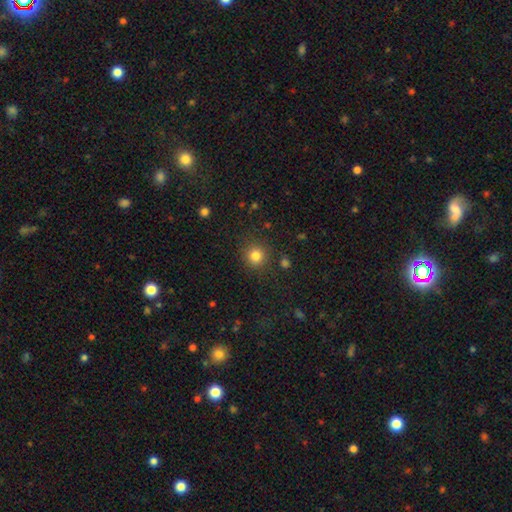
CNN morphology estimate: smooth_or_featured: smooth (p=0.82) [alt: star or artifact p=0.13]
how_rounded: round (p=0.92) [alt: in between p=0.07]
merging: none (p=0.87) [alt: minor disturbance p=0.08]